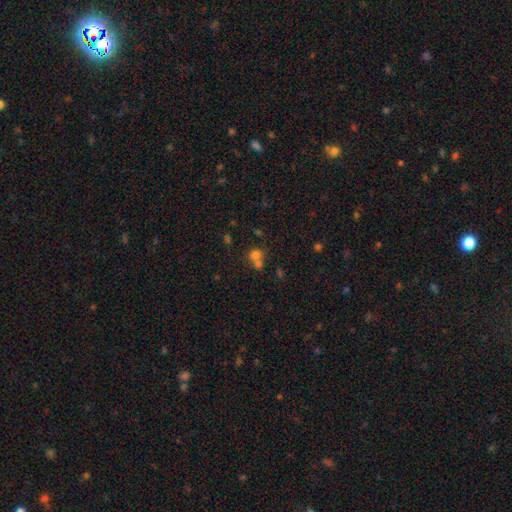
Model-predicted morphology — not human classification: Q: Smooth or featured?
A: smooth (71%); runner-up: star or artifact (19%)
Q: How rounded?
A: round (79%); runner-up: in between (20%)
Q: Merging?
A: merger (47%); runner-up: none (42%)